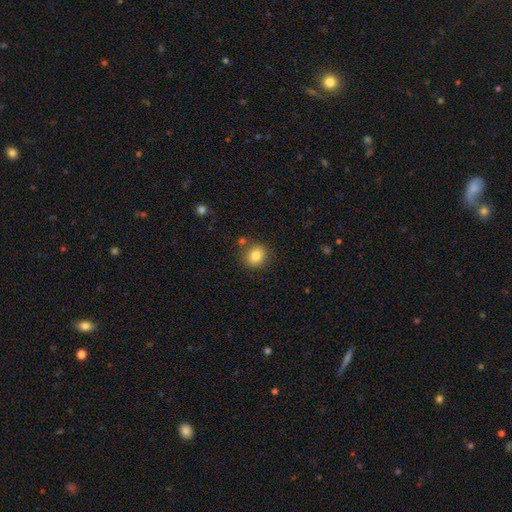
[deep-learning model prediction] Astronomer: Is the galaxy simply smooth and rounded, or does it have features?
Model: smooth — 82%.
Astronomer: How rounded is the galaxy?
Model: round — 84%.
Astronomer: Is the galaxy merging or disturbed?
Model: none — 83%.